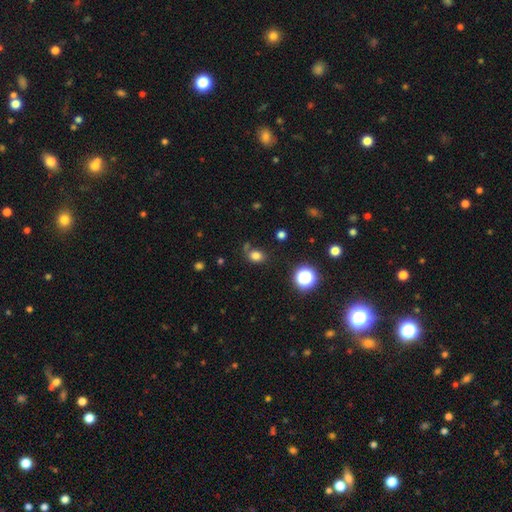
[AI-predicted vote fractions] A smooth galaxy with no disk features (78%) that is in between round and cigar-shaped (51%).

Vote fractions:
- Smooth or featured? smooth: 78% / star or artifact: 16% / featured or disk: 6%
- How rounded? in between: 51% / round: 48% / cigar-shaped: 1%
- Merging? none: 70% / minor disturbance: 16% / merger: 9% / major disturbance: 6%